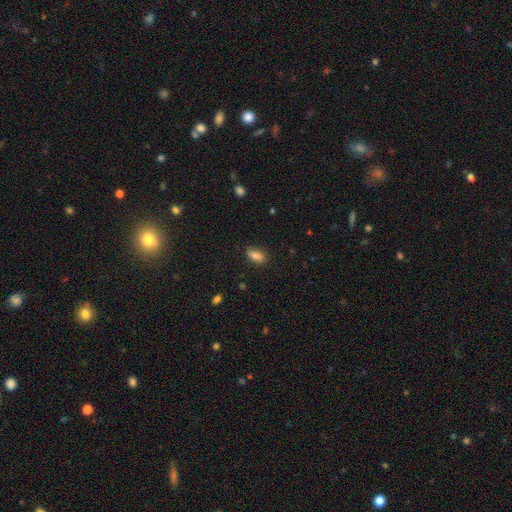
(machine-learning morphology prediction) A smooth galaxy with no disk features (84%) that is in between round and cigar-shaped (87%). Merging: none (78%).